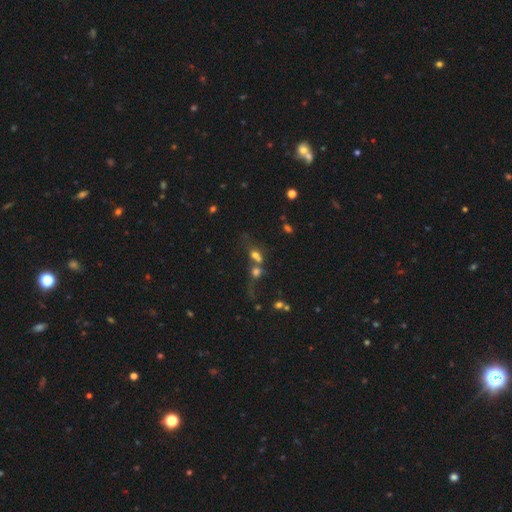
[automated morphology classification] Smooth or featured: smooth — 63% (featured or disk — 19%)
How rounded: round — 51% (in between — 46%)
Merging: merger — 64% (none — 20%)